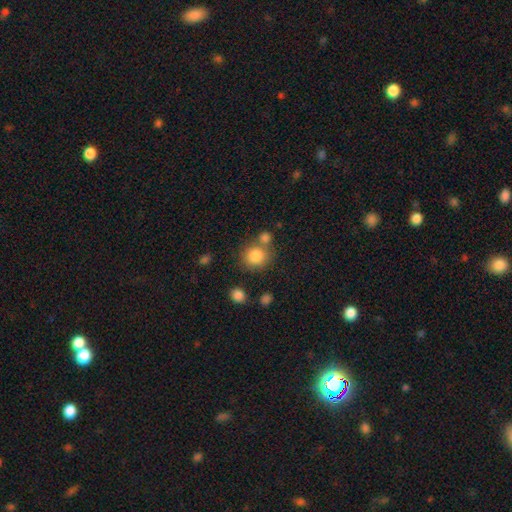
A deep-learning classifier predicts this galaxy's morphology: This is clearly a smooth galaxy (84%). How rounded: clearly round (85%). Merging: likely none (63%).